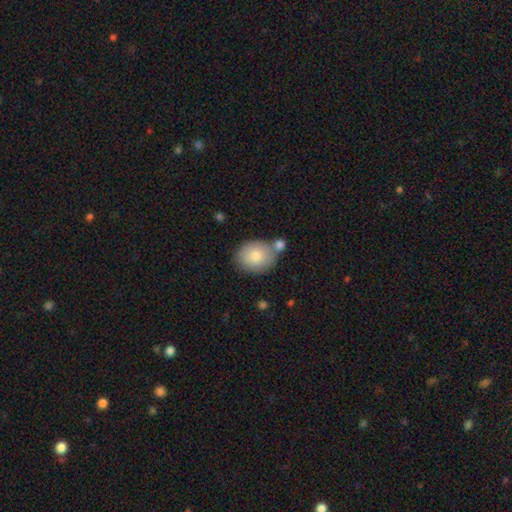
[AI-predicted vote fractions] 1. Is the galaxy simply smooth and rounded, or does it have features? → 80% smooth, 13% featured or disk, 7% star or artifact.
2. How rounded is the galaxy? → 55% round, 44% in between, 1% cigar-shaped.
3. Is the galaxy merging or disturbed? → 59% none, 23% merger, 14% minor disturbance, 4% major disturbance.